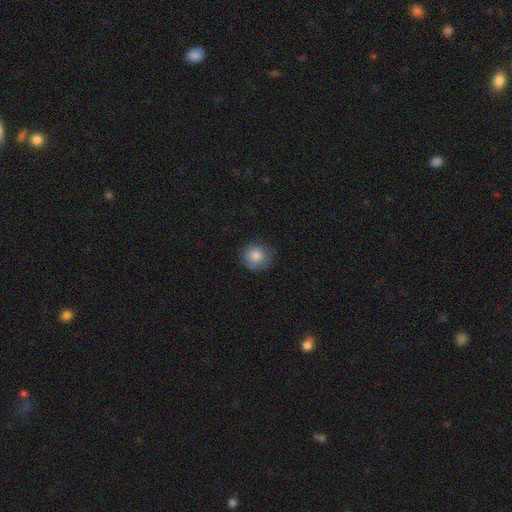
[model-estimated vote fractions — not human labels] Smooth or featured: smooth — 83% (star or artifact — 9%)
How rounded: round — 87% (in between — 12%)
Merging: none — 78% (minor disturbance — 17%)